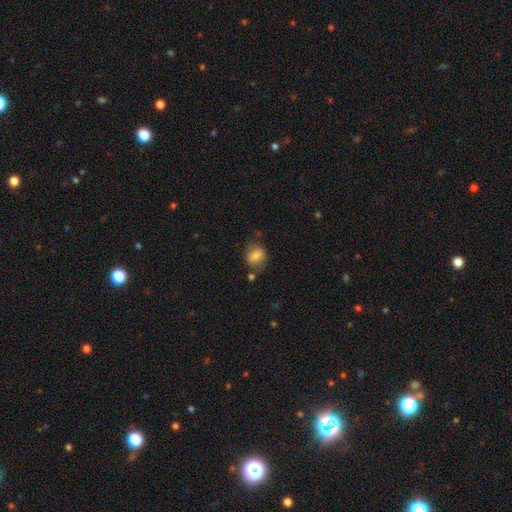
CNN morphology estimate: Overall: smooth (80%). How rounded: in between (55%; round 44%). Merging: none (65%).